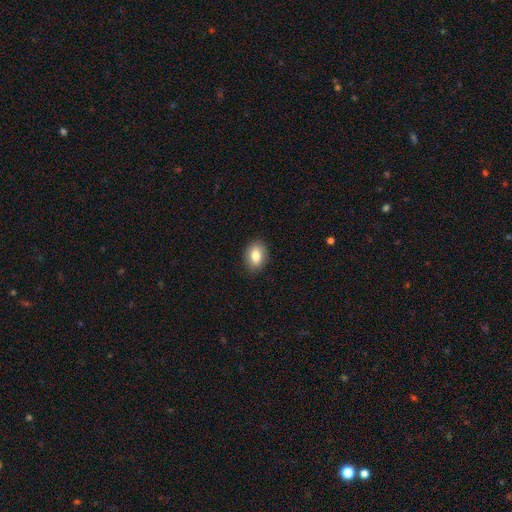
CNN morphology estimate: Overall: smooth (82%). How rounded: in between (79%). Merging: none (88%).